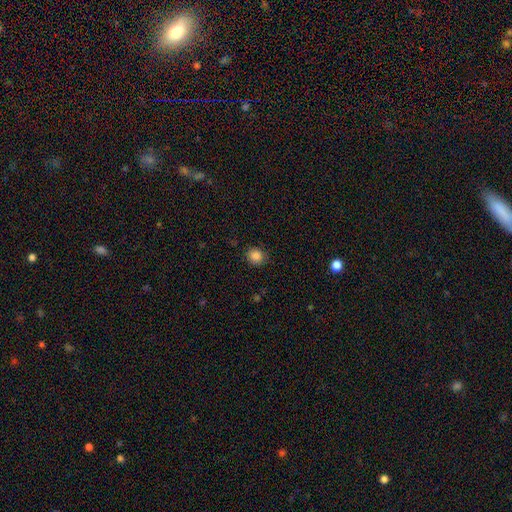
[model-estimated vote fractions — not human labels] Morphology: type=smooth (86%); roundness=round (80%); merging=none (86%).